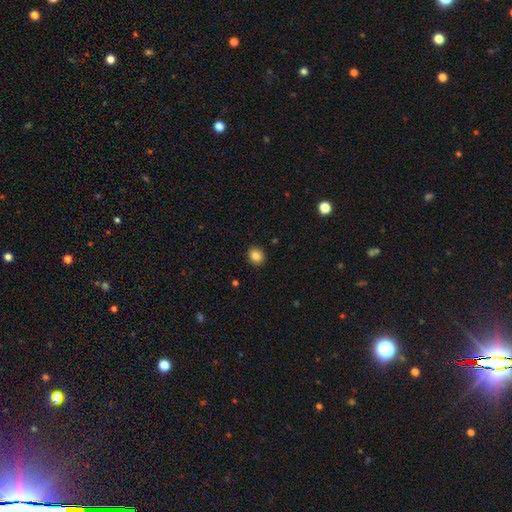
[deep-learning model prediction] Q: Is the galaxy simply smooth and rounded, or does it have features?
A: smooth — 85%.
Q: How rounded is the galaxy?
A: round — 65%.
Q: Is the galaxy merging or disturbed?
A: none — 90%.